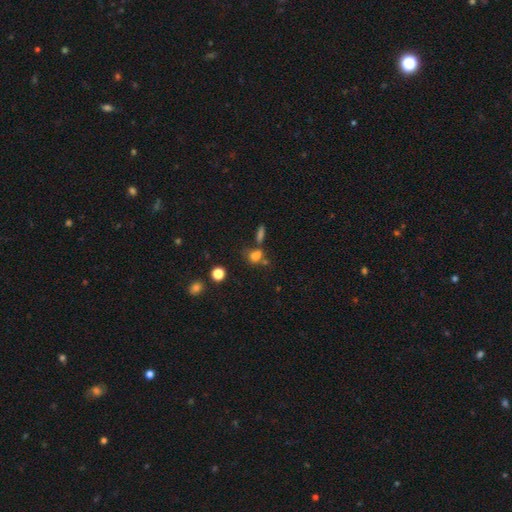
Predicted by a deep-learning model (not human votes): This is likely a smooth galaxy (74%). How rounded: possibly in between (52%). Merging: possibly none (47%).